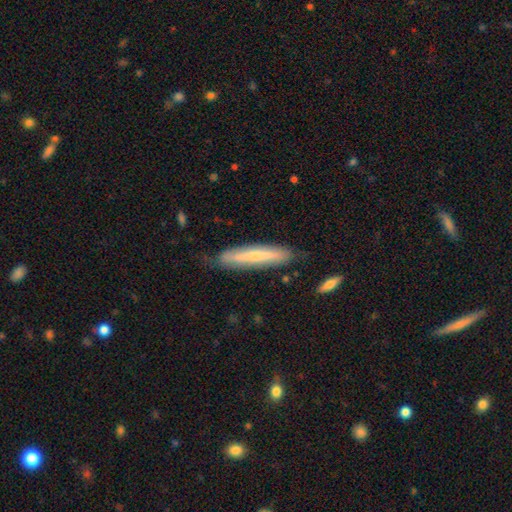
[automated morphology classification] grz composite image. It shows a smooth galaxy with no disk features (53%) that is cigar-shaped (90%). Merging: none (75%).